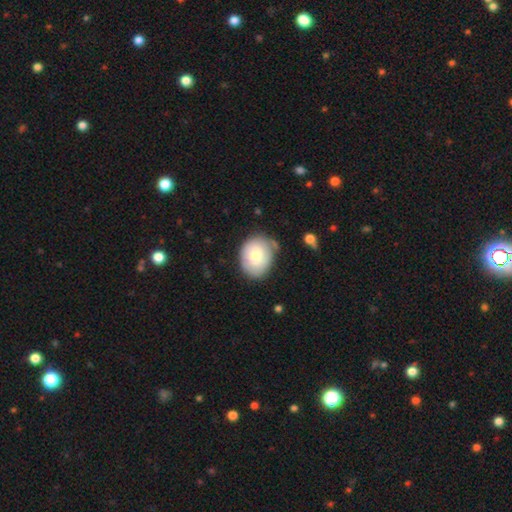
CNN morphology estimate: Smooth or featured? Predicted: smooth (p=0.70). How rounded? Predicted: in between (p=0.50). Merging? Predicted: none (p=0.69).